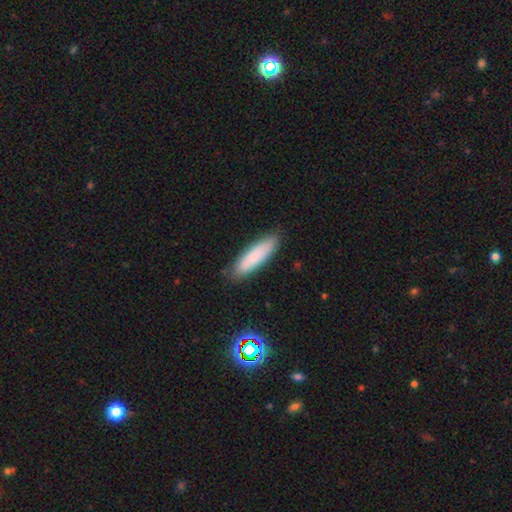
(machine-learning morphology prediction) A smooth galaxy with no disk features (80%) that is cigar-shaped (67%).

Vote fractions:
- Smooth or featured? smooth: 80% / featured or disk: 13% / star or artifact: 7%
- How rounded? cigar-shaped: 67% / in between: 32% / round: 1%
- Merging? none: 86% / minor disturbance: 11% / major disturbance: 2% / merger: 1%